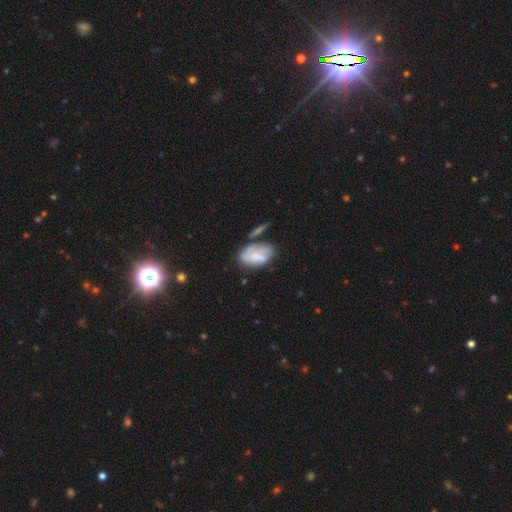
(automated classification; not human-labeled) Q: Smooth or featured?
A: smooth (65%); runner-up: featured or disk (27%)
Q: How rounded?
A: in between (92%); runner-up: round (5%)
Q: Merging?
A: none (40%); runner-up: minor disturbance (28%)